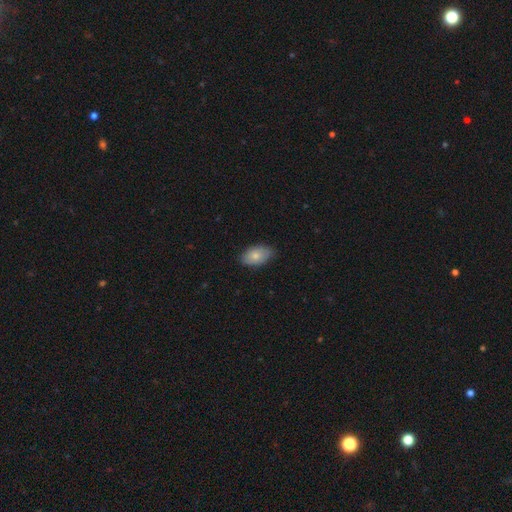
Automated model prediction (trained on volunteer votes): A smooth galaxy with no disk features (77%) that is in between round and cigar-shaped (92%).

Vote fractions:
- Smooth or featured? smooth: 77% / featured or disk: 16% / star or artifact: 7%
- How rounded? in between: 92% / round: 6% / cigar-shaped: 2%
- Merging? none: 80% / minor disturbance: 16% / major disturbance: 2% / merger: 1%